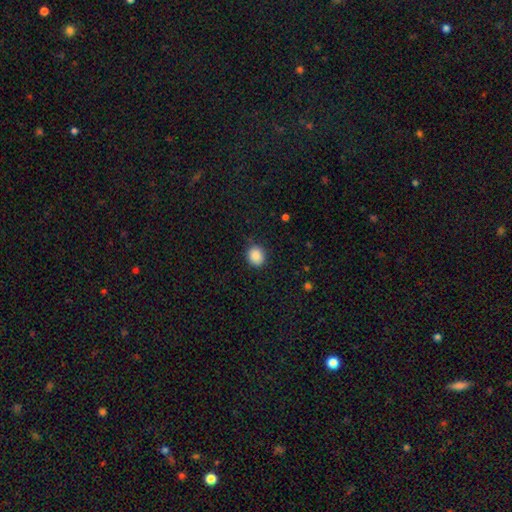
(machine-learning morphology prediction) type=smooth (88%); roundness=round (80%); merging=none (86%).